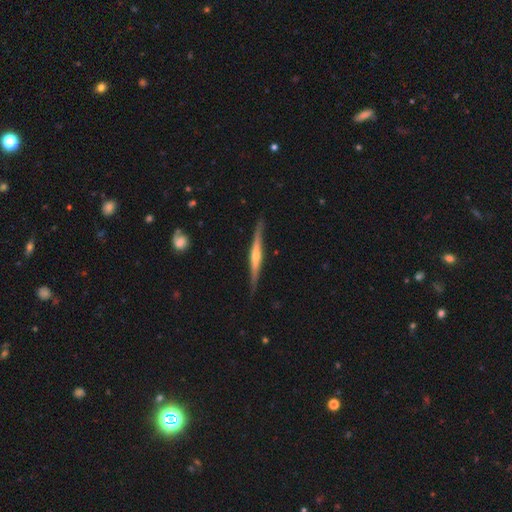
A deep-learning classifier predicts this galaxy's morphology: The model was most divided on "smooth or featured": featured or disk: 77%, smooth: 17%, star or artifact: 5%. More confident: edge-on disk — yes (97%); merging — none (87%); edge-on bulge — rounded (78%).